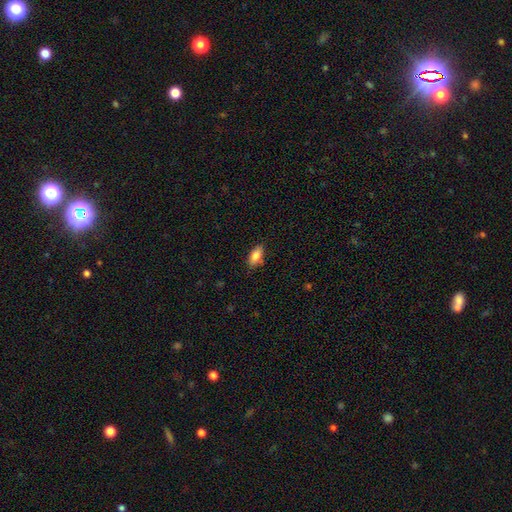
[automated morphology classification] The model was most divided on "merging": none: 80%, minor disturbance: 15%, major disturbance: 3%, merger: 2%. More confident: how rounded — in between (88%); smooth or featured — smooth (85%).